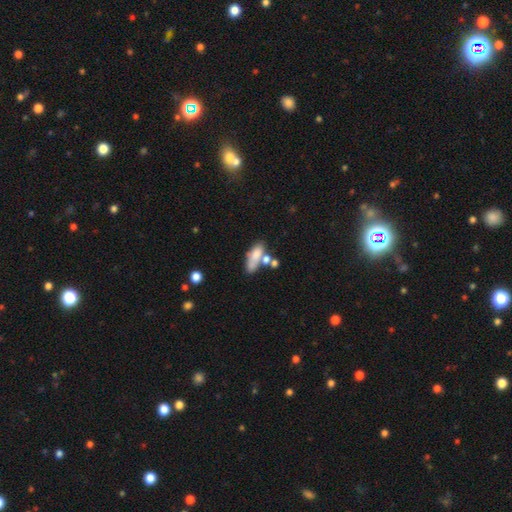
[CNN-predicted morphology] Smooth or featured? Predicted: smooth (p=0.67). How rounded? Predicted: in between (p=0.74). Merging? Predicted: merger (p=0.35).